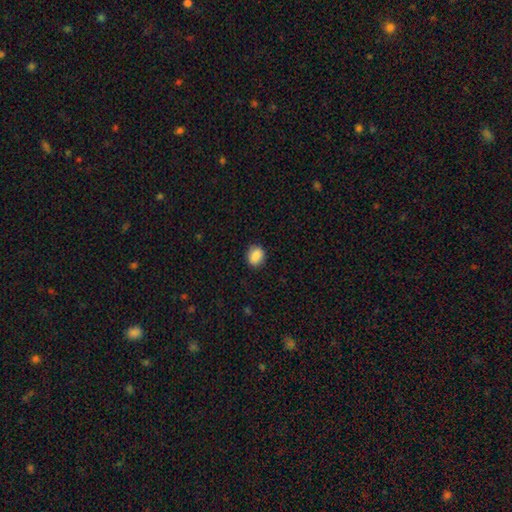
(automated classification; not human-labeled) Smooth or featured? Predicted: smooth (p=0.88). How rounded? Predicted: round (p=0.57). Merging? Predicted: none (p=0.87).